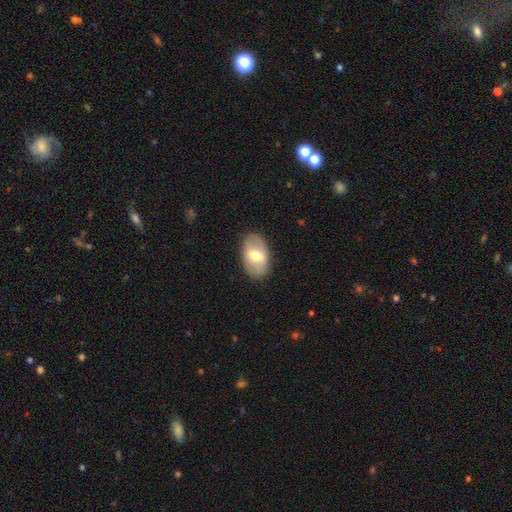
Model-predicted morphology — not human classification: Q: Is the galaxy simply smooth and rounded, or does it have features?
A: smooth — 53%.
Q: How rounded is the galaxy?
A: in between — 90%.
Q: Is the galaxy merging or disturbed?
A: none — 85%.